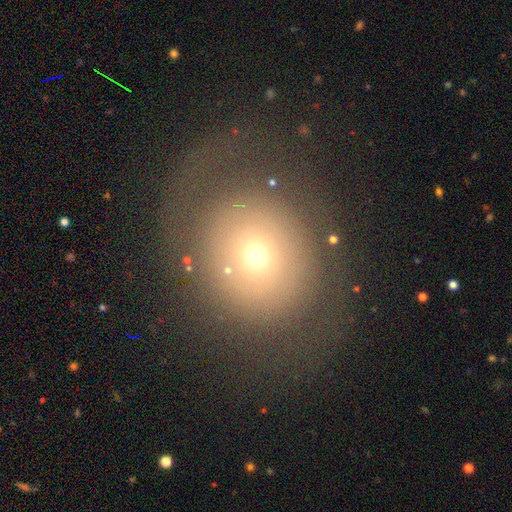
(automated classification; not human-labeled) This appears to be a smooth galaxy with no disk features (48%). Merging: none (64%).